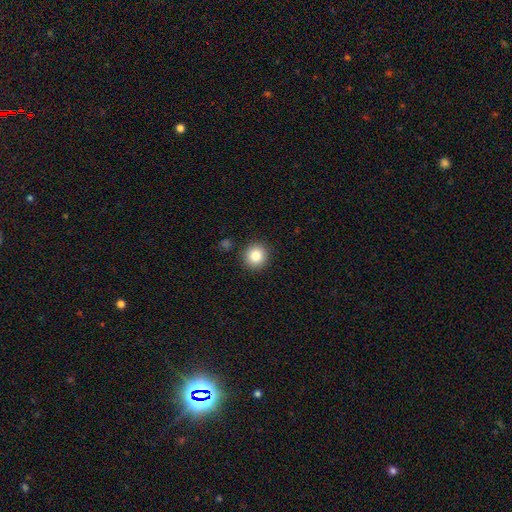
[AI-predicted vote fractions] A smooth galaxy with no disk features (83%) that is round (93%). Merging: none (90%).